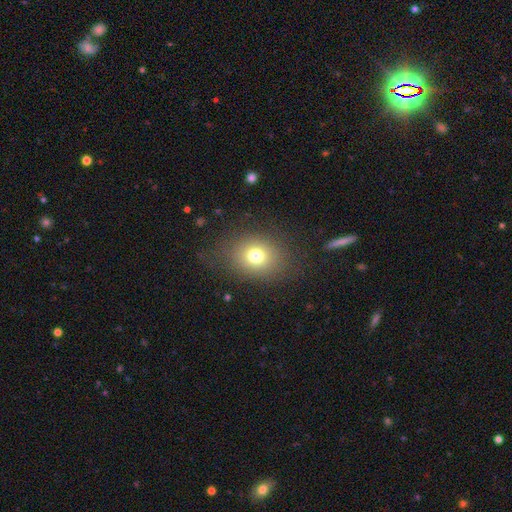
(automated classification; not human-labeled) Smooth or featured? Predicted: smooth (p=0.74). How rounded? Predicted: round (p=0.56). Merging? Predicted: none (p=0.81).